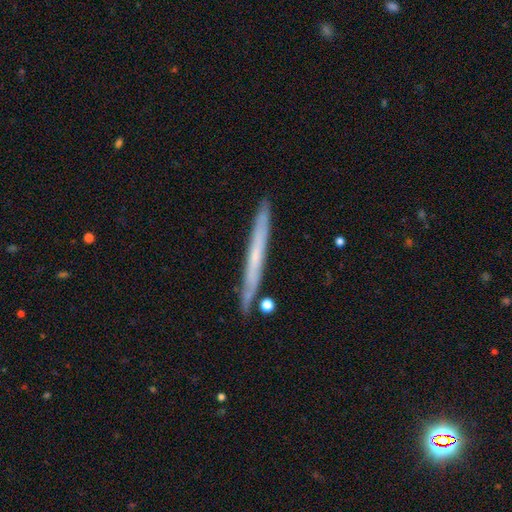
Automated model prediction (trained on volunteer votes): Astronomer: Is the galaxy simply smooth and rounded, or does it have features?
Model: featured or disk — 53% (runner-up: smooth, 40%).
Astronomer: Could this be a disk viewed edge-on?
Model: yes — 94%.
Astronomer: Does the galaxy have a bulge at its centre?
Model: none — 83%.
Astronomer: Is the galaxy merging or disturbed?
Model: none — 86%.